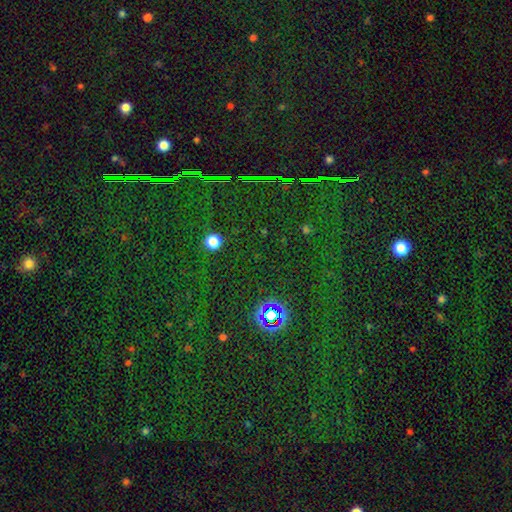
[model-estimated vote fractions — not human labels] This is likely a star or artifact rather than a galaxy (79%).